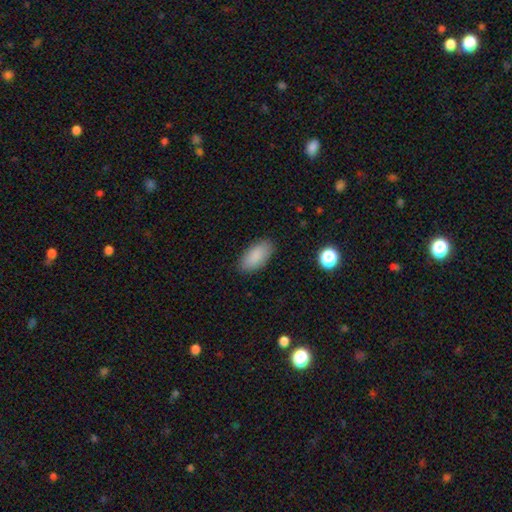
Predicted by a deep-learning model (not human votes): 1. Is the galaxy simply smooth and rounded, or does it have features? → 88% smooth, 7% star or artifact, 5% featured or disk.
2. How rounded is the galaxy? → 93% in between, 5% cigar-shaped, 2% round.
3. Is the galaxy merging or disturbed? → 87% none, 9% minor disturbance, 2% major disturbance, 1% merger.